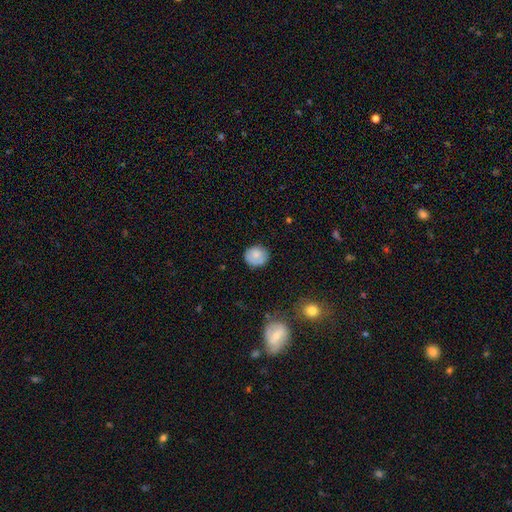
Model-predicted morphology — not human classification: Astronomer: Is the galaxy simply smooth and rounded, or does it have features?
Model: smooth — 78%.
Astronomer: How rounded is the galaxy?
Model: round — 80%.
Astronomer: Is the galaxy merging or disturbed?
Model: none — 77%.